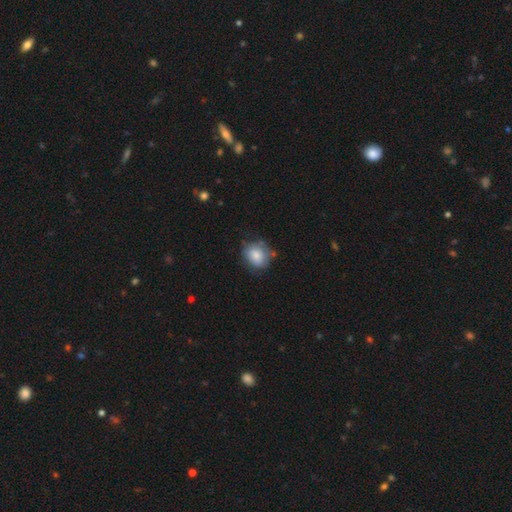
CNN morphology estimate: Smooth or featured? smooth (76%)
How rounded? round (61%)
Merging? none (61%)